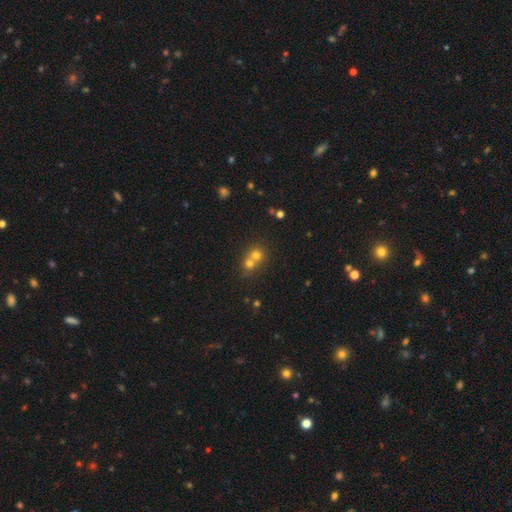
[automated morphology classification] A smooth galaxy with no disk features (69%) that is round (83%).

Vote fractions:
- Smooth or featured? smooth: 69% / star or artifact: 17% / featured or disk: 14%
- How rounded? round: 83% / in between: 16% / cigar-shaped: 1%
- Merging? merger: 60% / none: 34% / minor disturbance: 4% / major disturbance: 2%